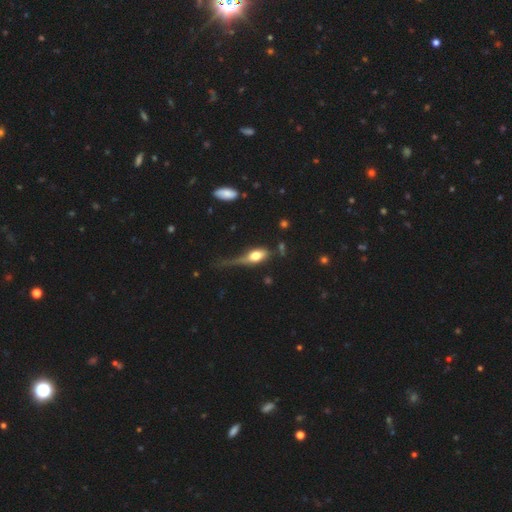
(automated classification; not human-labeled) smooth_or_featured: smooth (p=0.61) [alt: featured or disk p=0.30]
how_rounded: in between (p=0.71) [alt: cigar-shaped p=0.18]
merging: major disturbance (p=0.40) [alt: minor disturbance p=0.26]